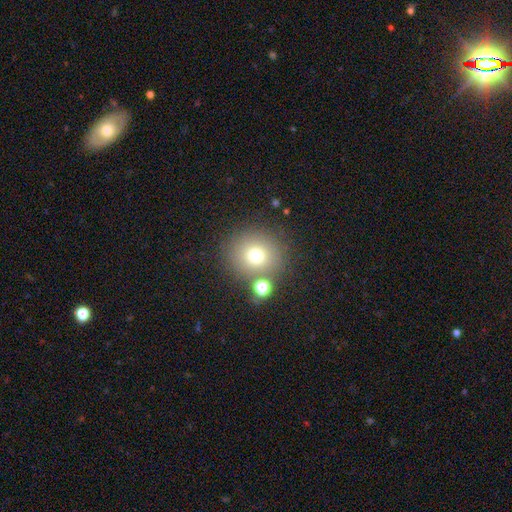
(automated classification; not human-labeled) Smooth or featured? smooth (73%)
How rounded? round (90%)
Merging? none (76%)